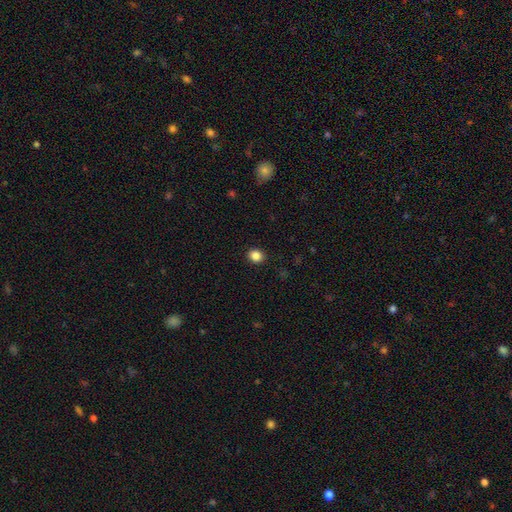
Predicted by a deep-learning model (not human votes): Smooth or featured?
  - smooth: 85% *
  - star or artifact: 11%
  - featured or disk: 4%
How rounded?
  - round: 75% *
  - in between: 25%
  - cigar-shaped: 1%
Merging?
  - none: 92% *
  - minor disturbance: 6%
  - major disturbance: 2%
  - merger: 1%